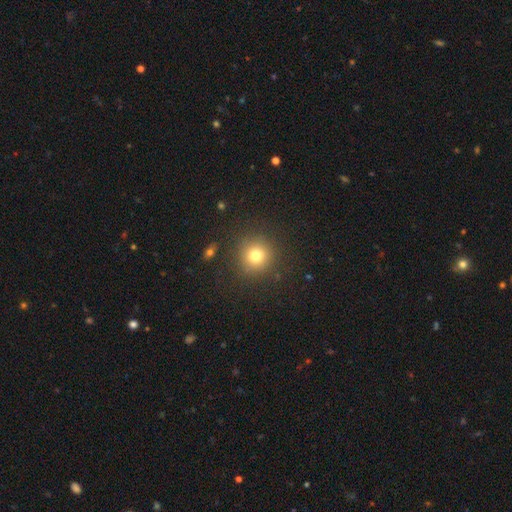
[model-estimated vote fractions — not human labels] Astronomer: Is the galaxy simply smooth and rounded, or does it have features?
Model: smooth — 77%.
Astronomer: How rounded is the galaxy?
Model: round — 93%.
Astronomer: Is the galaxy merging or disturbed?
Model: none — 88%.